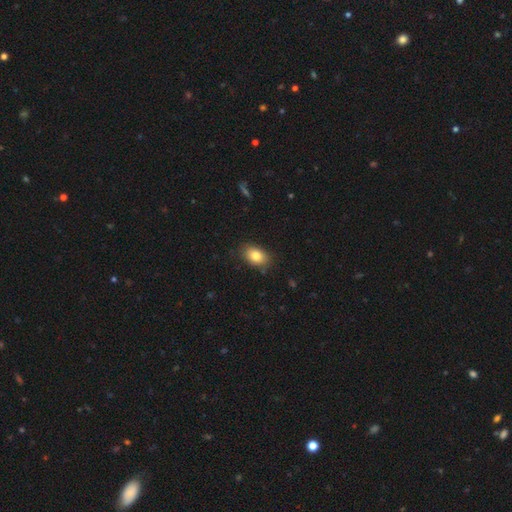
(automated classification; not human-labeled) This appears to be a smooth galaxy with no disk features (83%) that is in between round and cigar-shaped (84%). Merging: none (85%).